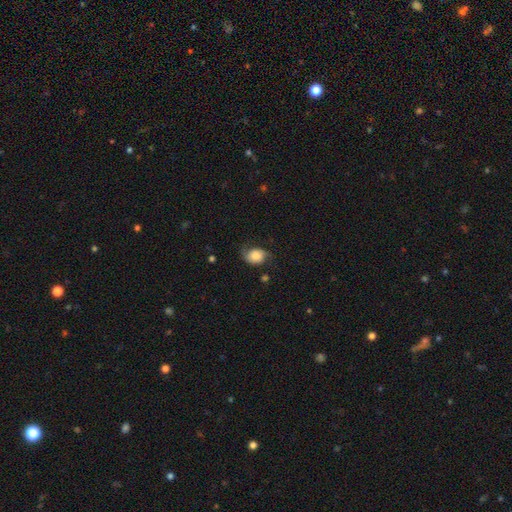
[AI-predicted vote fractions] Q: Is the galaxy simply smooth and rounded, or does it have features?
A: smooth — 54%.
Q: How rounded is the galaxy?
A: in between — 56%.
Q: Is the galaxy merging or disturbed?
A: none — 60%.